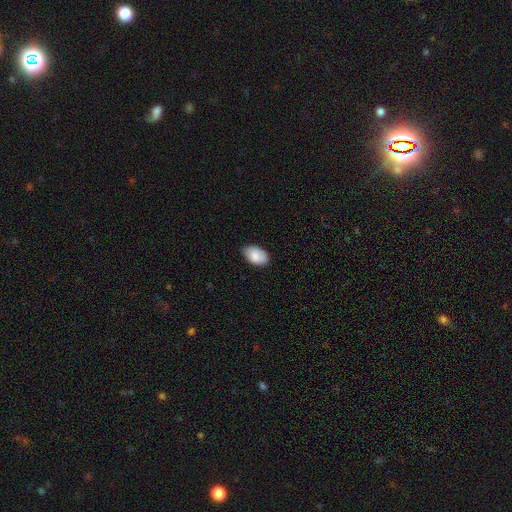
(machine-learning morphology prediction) smooth_or_featured: smooth (p=0.87) [alt: featured or disk p=0.06]
how_rounded: in between (p=0.93) [alt: round p=0.06]
merging: none (p=0.81) [alt: minor disturbance p=0.15]